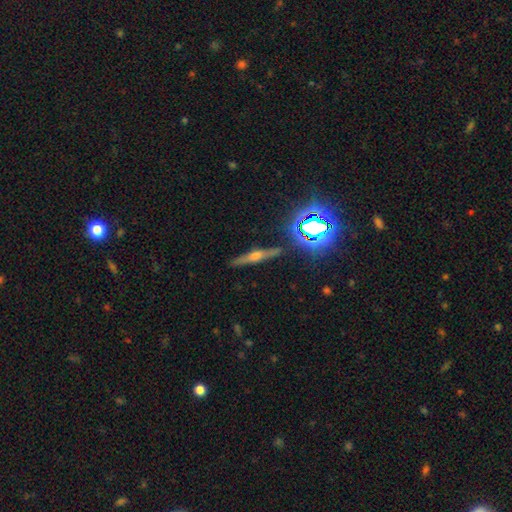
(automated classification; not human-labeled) smooth-or-featured: featured or disk: 62% | star or artifact: 20% | smooth: 18%
  disk-edge-on: yes: 95% | no: 5%
    edge-on-bulge: rounded: 90% | none: 5% | boxy: 5%
  merging: none: 88% | minor disturbance: 8% | major disturbance: 2% | merger: 2%